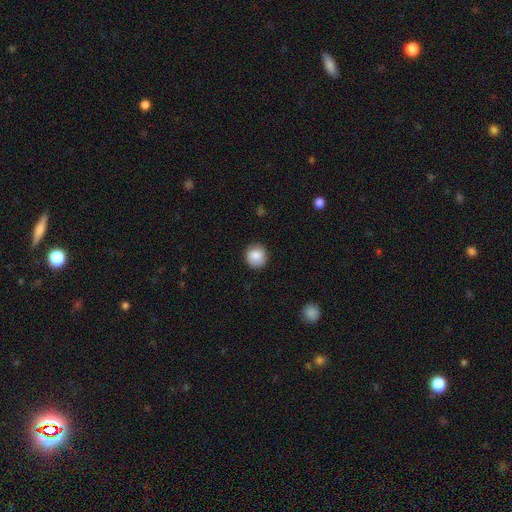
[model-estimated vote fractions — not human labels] Q: Smooth or featured?
A: smooth (86%); runner-up: star or artifact (8%)
Q: How rounded?
A: round (90%); runner-up: in between (9%)
Q: Merging?
A: none (87%); runner-up: minor disturbance (10%)